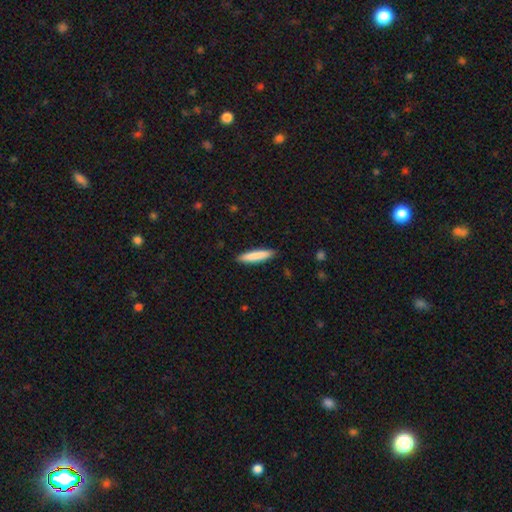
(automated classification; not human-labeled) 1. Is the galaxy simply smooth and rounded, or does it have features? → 83% smooth, 12% featured or disk, 5% star or artifact.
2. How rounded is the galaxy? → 88% cigar-shaped, 11% in between, 1% round.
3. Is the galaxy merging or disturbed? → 90% none, 8% minor disturbance, 2% major disturbance, 1% merger.